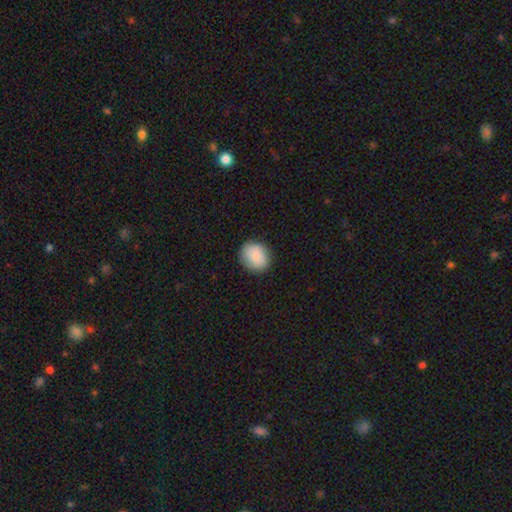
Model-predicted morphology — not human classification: Smooth or featured: smooth — 83% (featured or disk — 10%)
How rounded: round — 64% (in between — 35%)
Merging: none — 85% (minor disturbance — 11%)